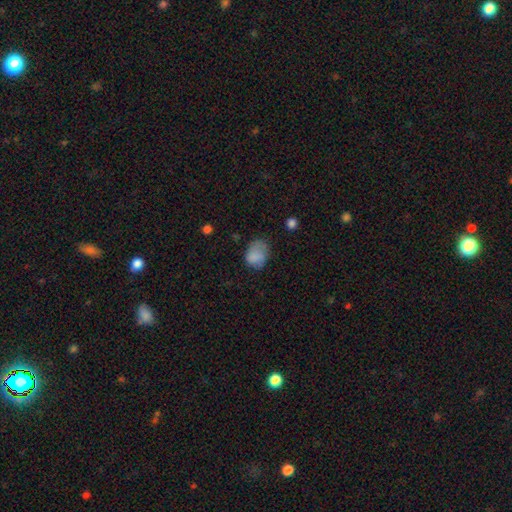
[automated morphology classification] smooth-or-featured: smooth: 80% | star or artifact: 10% | featured or disk: 10%
  how-rounded: in between: 60% | round: 39% | cigar-shaped: 1%
  merging: none: 48% | minor disturbance: 33% | major disturbance: 16% | merger: 2%